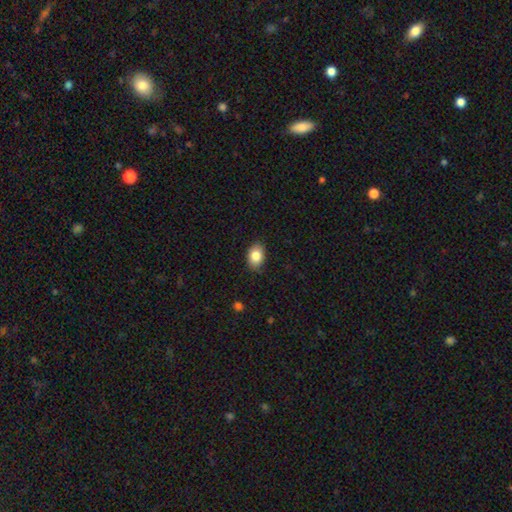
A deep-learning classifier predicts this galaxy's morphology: This appears to be a smooth galaxy with no disk features (84%) that is in between round and cigar-shaped (82%). Merging: none (85%).